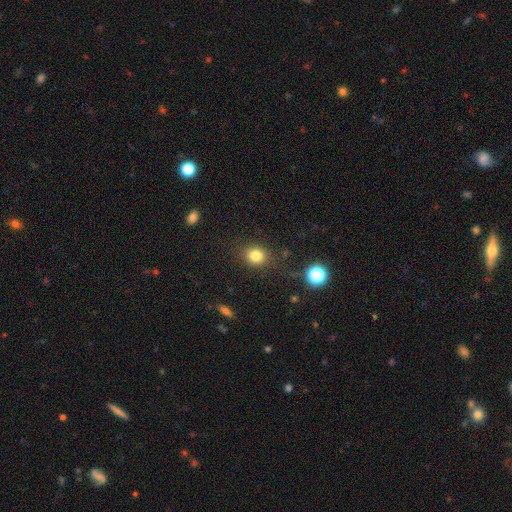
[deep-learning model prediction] Smooth or featured?
  - smooth: 81% *
  - star or artifact: 13%
  - featured or disk: 6%
How rounded?
  - round: 72% *
  - in between: 27%
  - cigar-shaped: 1%
Merging?
  - none: 84% *
  - minor disturbance: 10%
  - major disturbance: 4%
  - merger: 2%